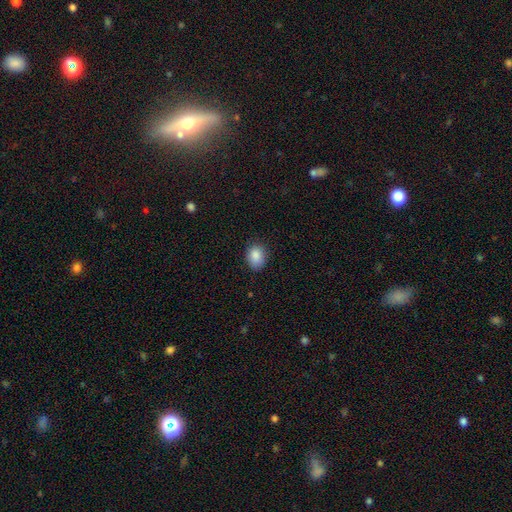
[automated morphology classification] This appears to be a smooth galaxy with no disk features (87%) that is in between round and cigar-shaped (70%). Merging: none (80%).